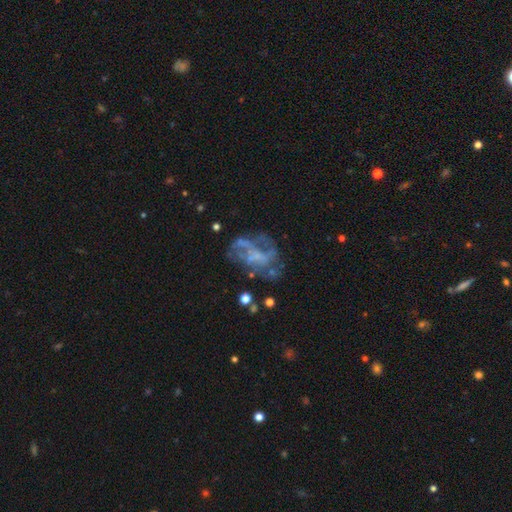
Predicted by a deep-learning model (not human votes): smooth-or-featured: featured or disk: 70% | smooth: 17% | star or artifact: 14%
  disk-edge-on: no: 98% | yes: 2%
    bar: no: 77% | weak: 18% | strong: 5%
    has-spiral-arms: no: 62% | yes: 38%
    bulge-size: none: 57% | small: 29% | moderate: 11% | large: 2% | dominant: 1%
  merging: none: 47% | major disturbance: 29% | minor disturbance: 18% | merger: 7%